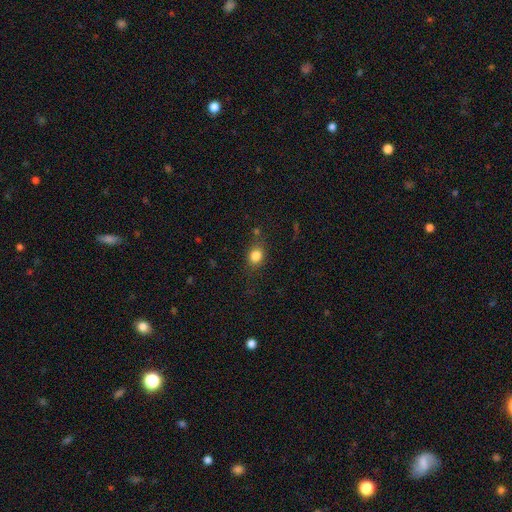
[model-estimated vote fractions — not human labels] A smooth galaxy with no disk features (83%) that is round (59%). Merging: none (75%).